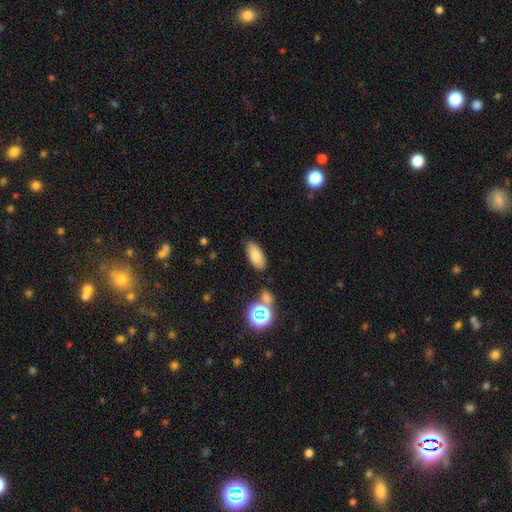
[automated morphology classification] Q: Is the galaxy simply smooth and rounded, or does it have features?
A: smooth — 80%.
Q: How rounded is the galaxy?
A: in between — 86%.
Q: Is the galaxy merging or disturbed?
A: none — 82%.